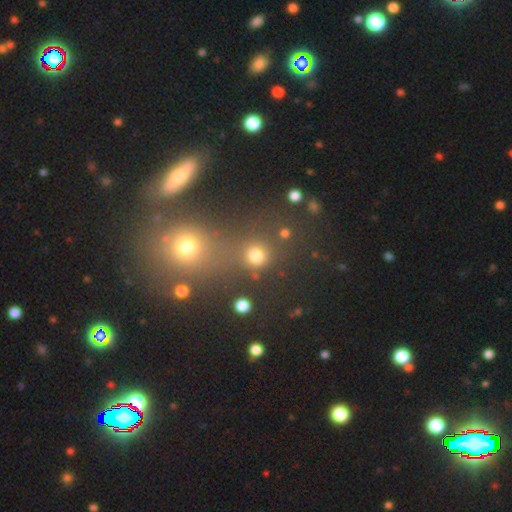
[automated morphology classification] Overall: smooth (76%). How rounded: round (88%). Merging: none (69%).